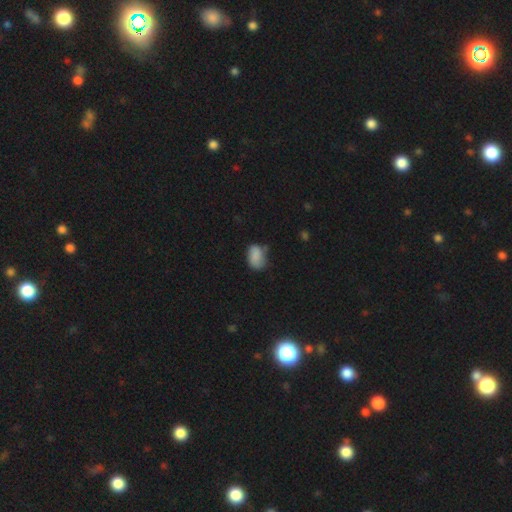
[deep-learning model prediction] This is clearly a smooth galaxy (84%). How rounded: clearly in between (85%). Merging: possibly none (50%).